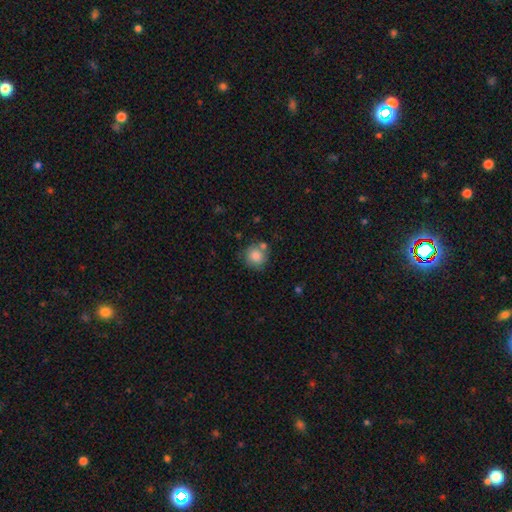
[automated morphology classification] Smooth or featured: smooth — 81% (featured or disk — 10%)
How rounded: round — 88% (in between — 11%)
Merging: none — 62% (merger — 17%)